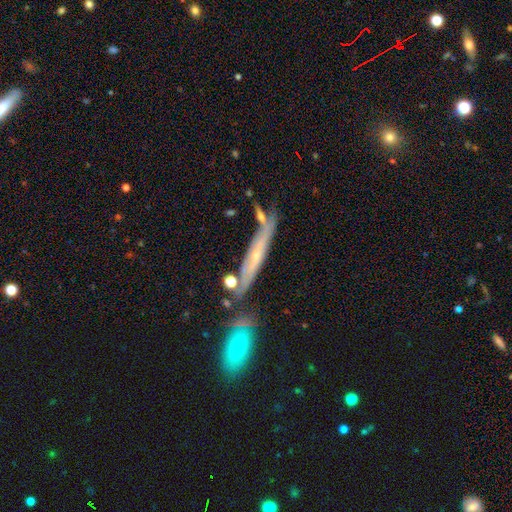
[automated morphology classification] A featured or disk galaxy (62%) viewed edge-on (76%). Merging: none (67%).